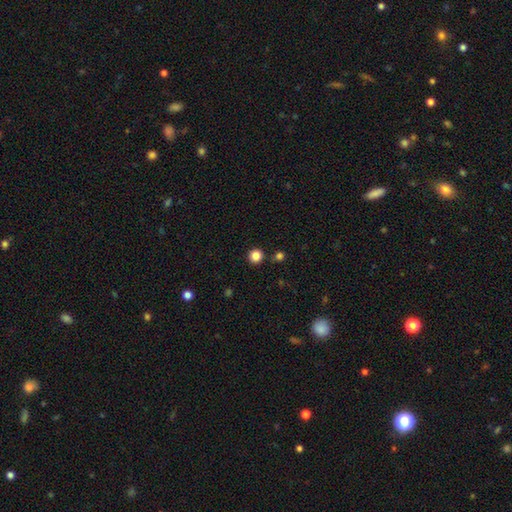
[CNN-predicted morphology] This appears to be a smooth galaxy with no disk features (84%) that is round (95%). Merging: none (89%).